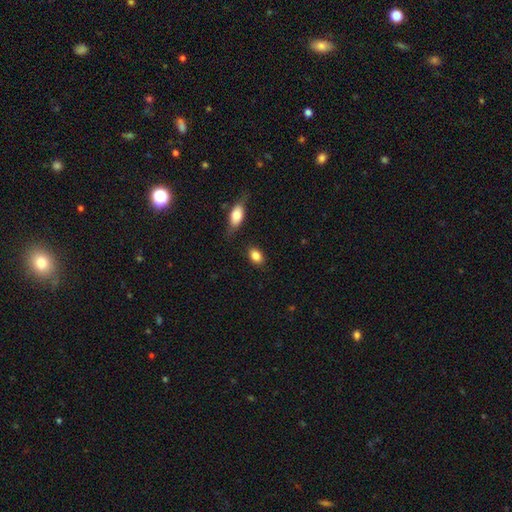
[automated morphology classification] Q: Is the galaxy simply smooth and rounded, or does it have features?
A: smooth — 84%.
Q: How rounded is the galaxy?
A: in between — 79%.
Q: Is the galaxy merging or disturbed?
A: none — 83%.